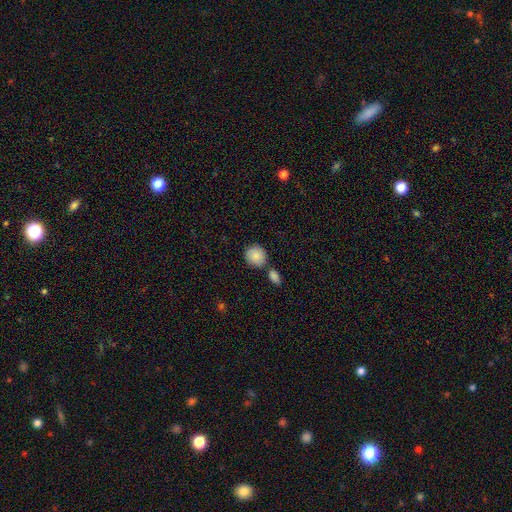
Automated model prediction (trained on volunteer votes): A smooth galaxy with no disk features (87%) that is round (85%).

Vote fractions:
- Smooth or featured? smooth: 87% / star or artifact: 7% / featured or disk: 6%
- How rounded? round: 85% / in between: 13% / cigar-shaped: 1%
- Merging? none: 69% / merger: 18% / minor disturbance: 10% / major disturbance: 3%